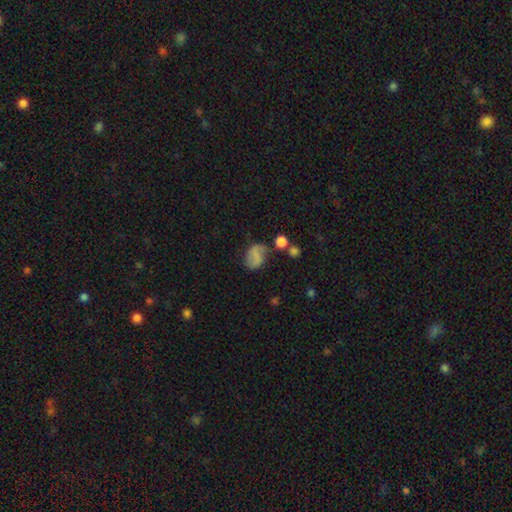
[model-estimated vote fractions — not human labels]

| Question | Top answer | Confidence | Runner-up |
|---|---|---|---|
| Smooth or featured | smooth | 54% | featured or disk (34%) |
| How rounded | in between | 60% | round (38%) |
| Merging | none | 59% | minor disturbance (22%) |